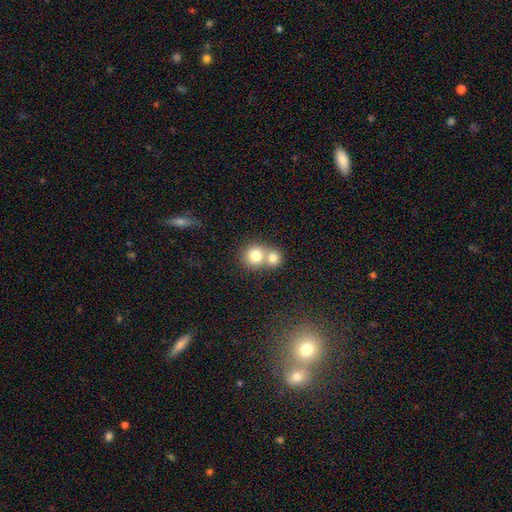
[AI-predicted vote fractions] Smooth or featured? smooth (78%)
How rounded? round (85%)
Merging? merger (60%)